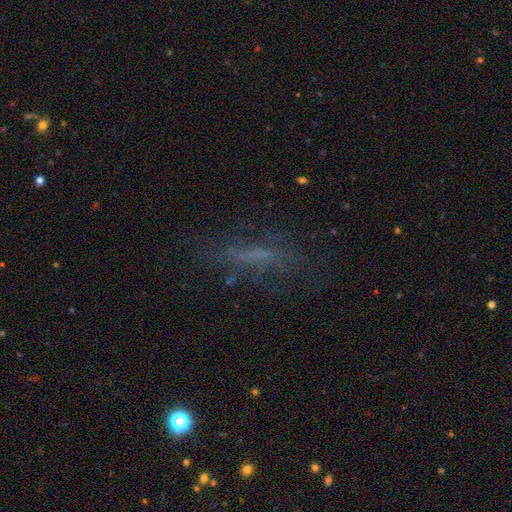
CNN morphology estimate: Overall: smooth (44%; featured or disk 33%). Merging: none (65%).